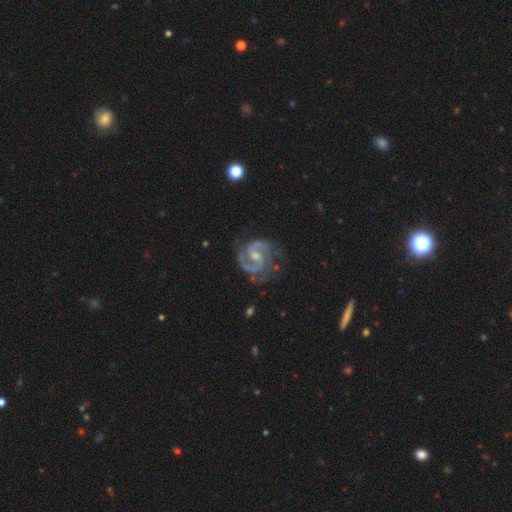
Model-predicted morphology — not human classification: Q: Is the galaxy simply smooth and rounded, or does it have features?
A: featured or disk — 93%.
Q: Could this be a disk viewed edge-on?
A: no — 98%.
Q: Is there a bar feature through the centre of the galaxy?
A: weak — 54%.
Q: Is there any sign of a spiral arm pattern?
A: yes — 98%.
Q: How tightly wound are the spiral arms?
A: medium — 62%.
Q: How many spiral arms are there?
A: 2 — 91%.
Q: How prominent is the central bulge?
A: small — 47%.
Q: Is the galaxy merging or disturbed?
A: none — 72%.